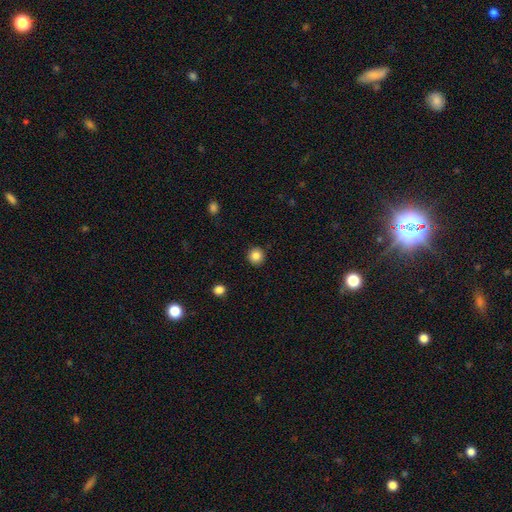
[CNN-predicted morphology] smooth-or-featured: smooth: 86% | star or artifact: 10% | featured or disk: 4%
  how-rounded: round: 94% | in between: 5% | cigar-shaped: 1%
  merging: none: 92% | minor disturbance: 5% | major disturbance: 2% | merger: 1%